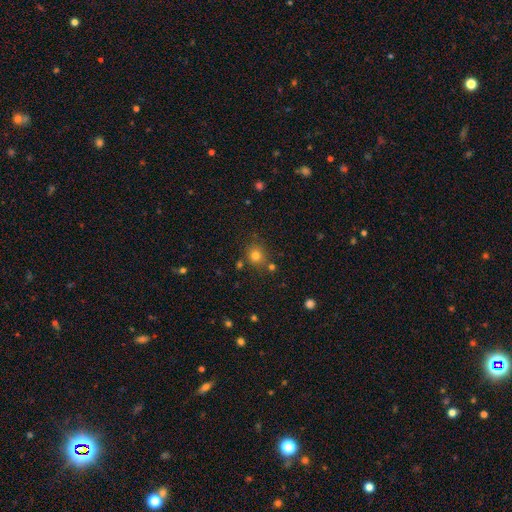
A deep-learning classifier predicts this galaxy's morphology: Smooth or featured: smooth — 77% (star or artifact — 16%)
How rounded: round — 82% (in between — 17%)
Merging: none — 75% (minor disturbance — 11%)